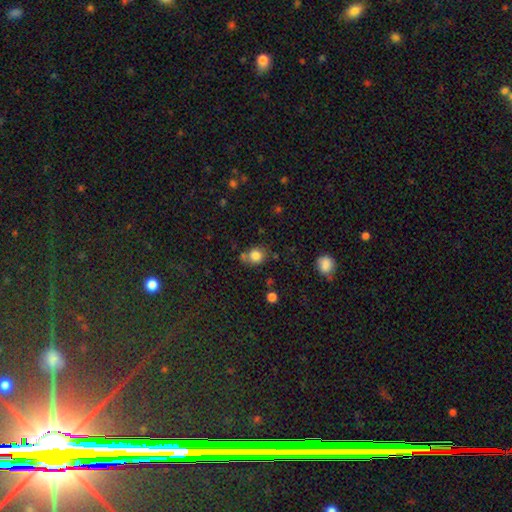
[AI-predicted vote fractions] Morphology: type=smooth (81%); roundness=round (77%); merging=none (59%).